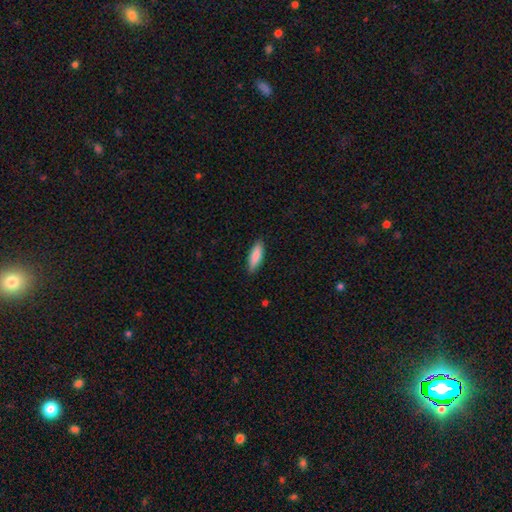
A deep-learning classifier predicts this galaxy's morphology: Smooth or featured? smooth (86%)
How rounded? cigar-shaped (53%)
Merging? none (88%)